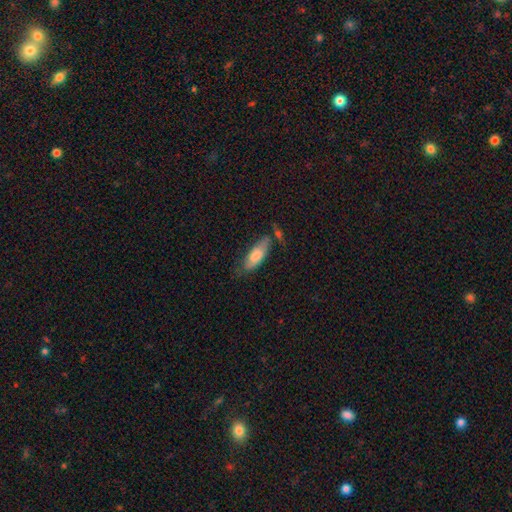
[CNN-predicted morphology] smooth-or-featured: smooth: 70% | featured or disk: 24% | star or artifact: 7%
  how-rounded: in between: 62% | cigar-shaped: 36% | round: 2%
  merging: none: 57% | minor disturbance: 25% | major disturbance: 9% | merger: 9%